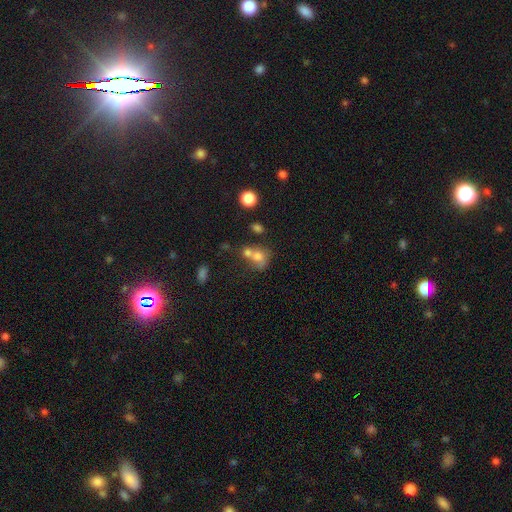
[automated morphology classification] A smooth galaxy with no disk features (70%) that is round (60%).

Vote fractions:
- Smooth or featured? smooth: 70% / featured or disk: 17% / star or artifact: 13%
- How rounded? round: 60% / in between: 38% / cigar-shaped: 1%
- Merging? merger: 56% / none: 28% / minor disturbance: 10% / major disturbance: 7%